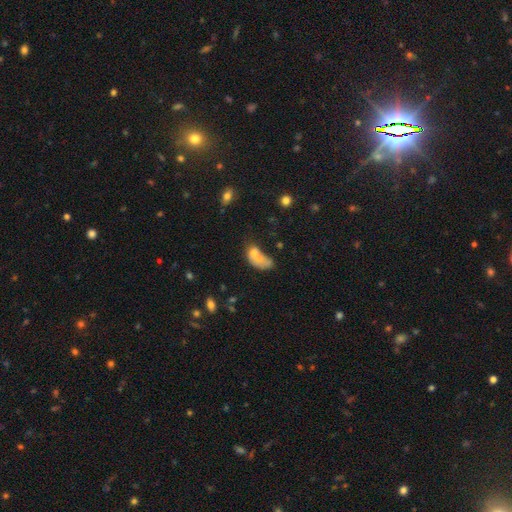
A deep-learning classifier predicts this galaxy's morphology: Smooth or featured: smooth — 65% (featured or disk — 23%)
How rounded: in between — 83% (round — 13%)
Merging: major disturbance — 32% (tied with merger — 32%)